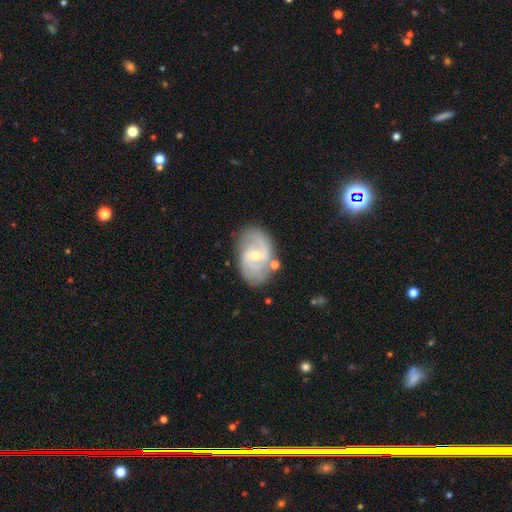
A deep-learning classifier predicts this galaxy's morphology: smooth_or_featured: featured or disk (p=0.83) [alt: smooth p=0.12]
disk_edge_on: no (p=0.97) [alt: yes p=0.03]
bar: weak (p=0.56) [alt: no p=0.30]
has_spiral_arms: yes (p=0.95) [alt: no p=0.05]
spiral_winding: medium (p=0.49) [alt: tight p=0.30]
spiral_arm_count: 2 (p=0.74) [alt: can't tell p=0.11]
bulge_size: small (p=0.56) [alt: moderate p=0.40]
merging: none (p=0.75) [alt: minor disturbance p=0.16]